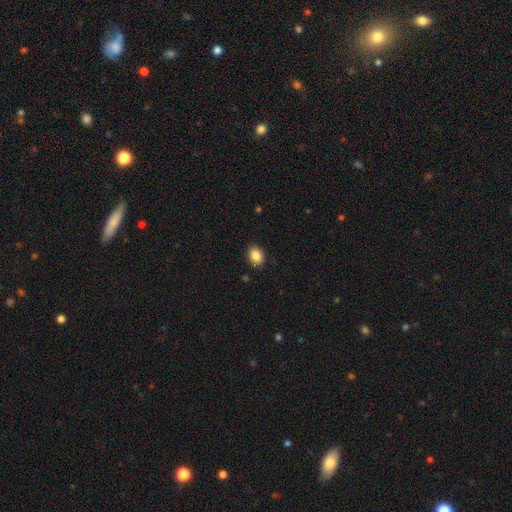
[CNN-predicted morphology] A smooth galaxy with no disk features (87%) that is in between round and cigar-shaped (67%).

Vote fractions:
- Smooth or featured? smooth: 87% / star or artifact: 8% / featured or disk: 4%
- How rounded? in between: 67% / round: 32% / cigar-shaped: 1%
- Merging? none: 88% / minor disturbance: 8% / major disturbance: 2% / merger: 1%